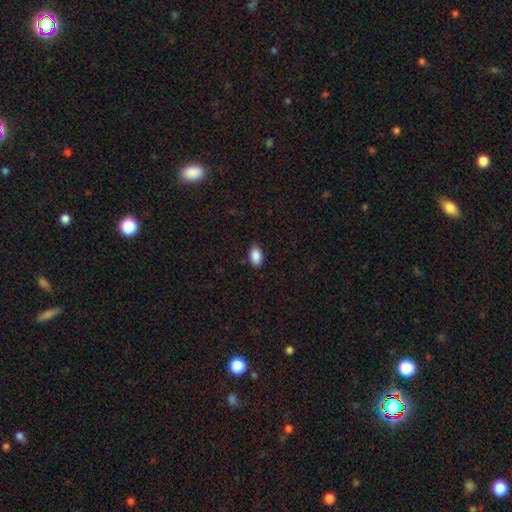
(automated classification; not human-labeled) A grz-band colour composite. It shows a smooth galaxy with no disk features (89%) that is in between round and cigar-shaped (91%). Merging: none (85%).